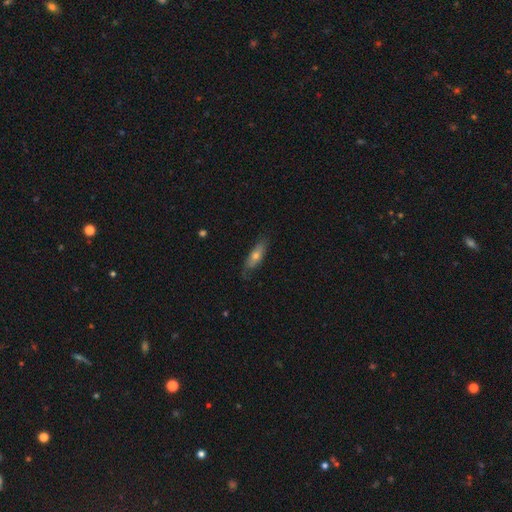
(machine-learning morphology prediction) Smooth or featured: smooth — 51% (featured or disk — 41%)
How rounded: cigar-shaped — 56% (in between — 42%)
Merging: none — 74% (minor disturbance — 21%)